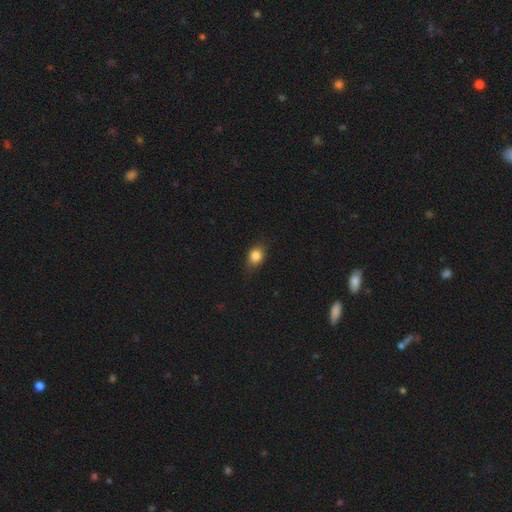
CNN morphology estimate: This is clearly a smooth galaxy (82%). How rounded: likely in between (61%). Merging: likely none (76%).